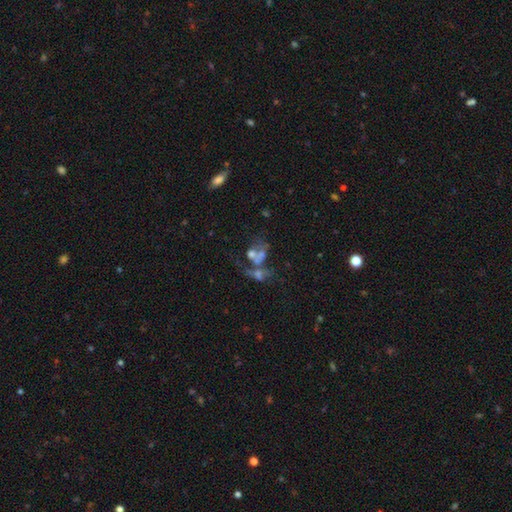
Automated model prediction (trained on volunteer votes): A featured or disk galaxy (45%).

Vote fractions:
- Smooth or featured? featured or disk: 45% / smooth: 36% / star or artifact: 19%
- Merging? merger: 51% / major disturbance: 23% / none: 17% / minor disturbance: 8%